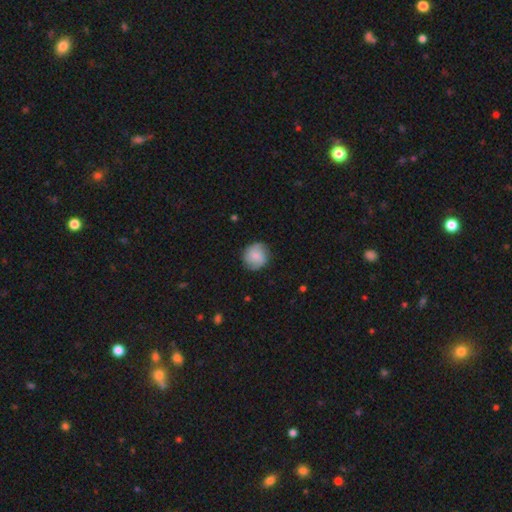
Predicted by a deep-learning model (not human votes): Smooth or featured? smooth (71%)
How rounded? round (89%)
Merging? none (82%)